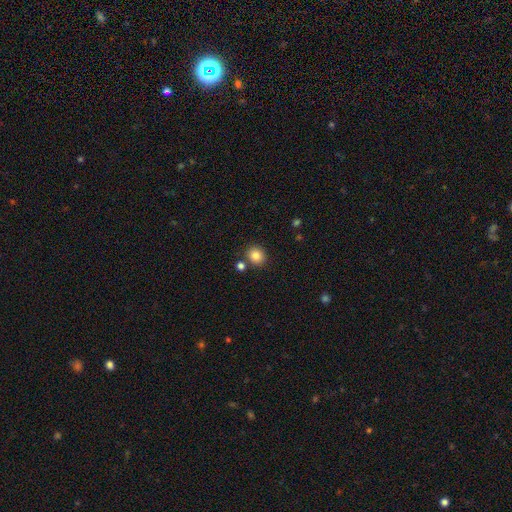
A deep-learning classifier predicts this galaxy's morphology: Q: Smooth or featured?
A: smooth (85%); runner-up: star or artifact (10%)
Q: How rounded?
A: round (79%); runner-up: in between (20%)
Q: Merging?
A: none (80%); runner-up: merger (9%)